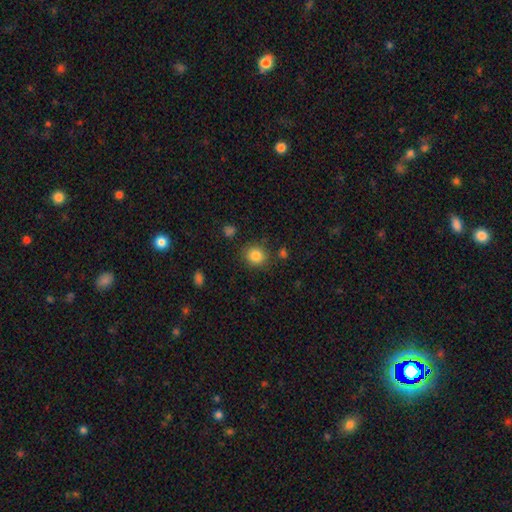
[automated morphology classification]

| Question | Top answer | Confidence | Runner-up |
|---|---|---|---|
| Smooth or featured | smooth | 85% | star or artifact (10%) |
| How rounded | round | 84% | in between (15%) |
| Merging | none | 84% | minor disturbance (10%) |